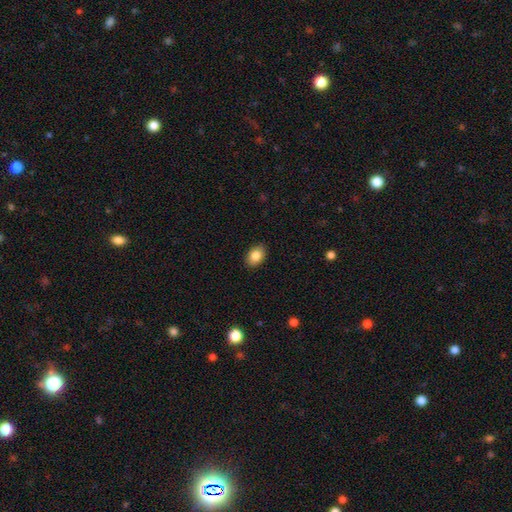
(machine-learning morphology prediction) The model was most divided on "how rounded": in between: 80%, round: 19%, cigar-shaped: 1%. More confident: merging — none (89%); smooth or featured — smooth (85%).